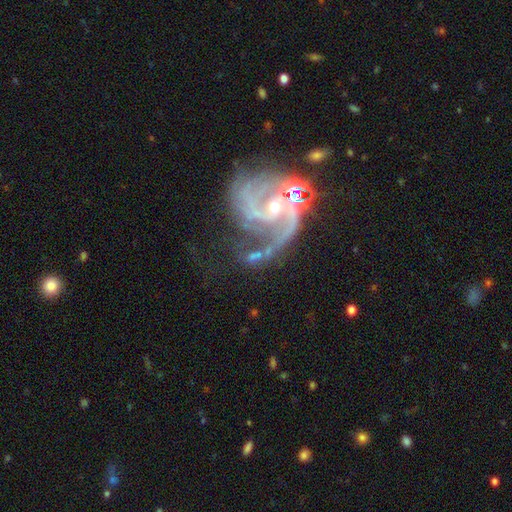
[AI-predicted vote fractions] Morphology: type=featured or disk (84%); edge-on=no (98%); bar=no (47%); spiral arms=yes (95%); winding=medium (51%); arm count=2 (63%); bulge=small (59%); merging=none (39%).